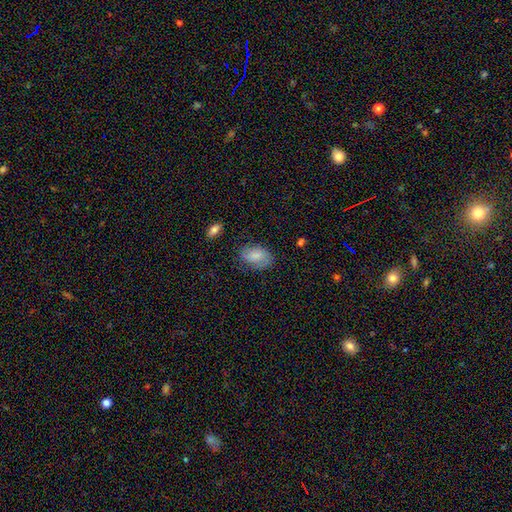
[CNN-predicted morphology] Smooth or featured? Predicted: smooth (p=0.65). How rounded? Predicted: in between (p=0.87). Merging? Predicted: none (p=0.69).